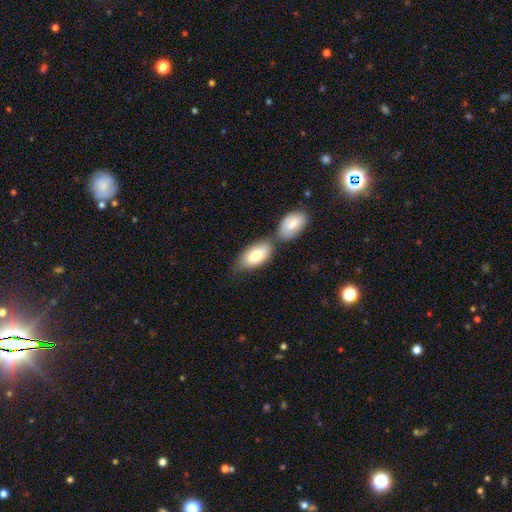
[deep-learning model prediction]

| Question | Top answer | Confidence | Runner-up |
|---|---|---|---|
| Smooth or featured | smooth | 81% | featured or disk (14%) |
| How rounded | in between | 92% | cigar-shaped (5%) |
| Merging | merger | 41% | tied: none (41%) |